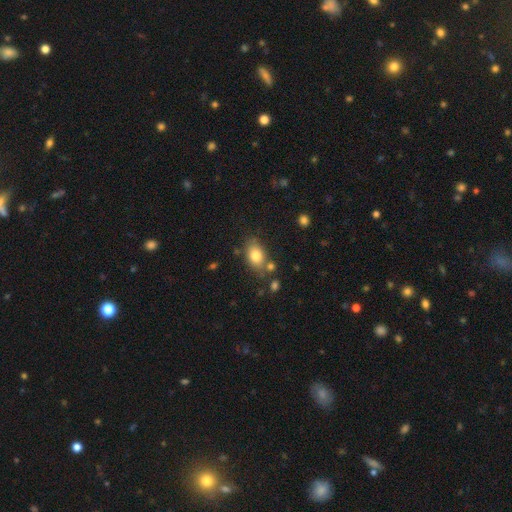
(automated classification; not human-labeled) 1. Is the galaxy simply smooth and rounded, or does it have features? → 80% smooth, 12% featured or disk, 9% star or artifact.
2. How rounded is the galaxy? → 81% in between, 17% round, 2% cigar-shaped.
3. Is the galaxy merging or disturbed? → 69% none, 17% minor disturbance, 10% merger, 4% major disturbance.